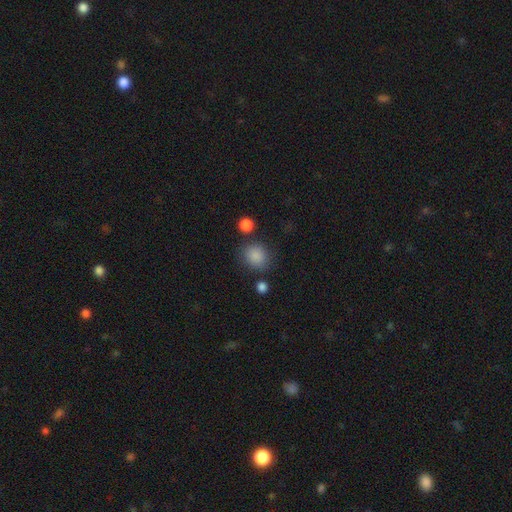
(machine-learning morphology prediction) Overall: smooth (86%). How rounded: round (73%). Merging: none (76%).